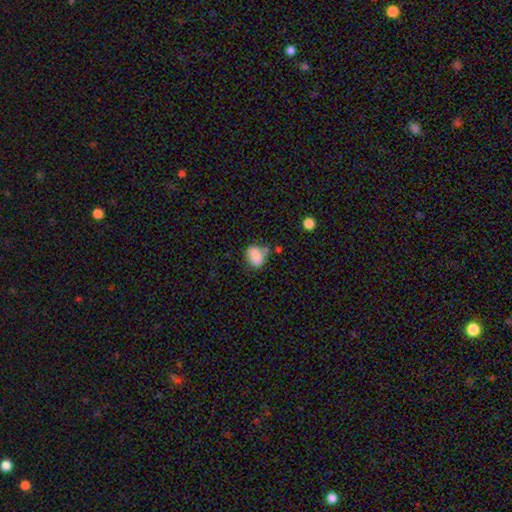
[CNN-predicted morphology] smooth 82%, star or artifact 9%, featured or disk 9%. Down the decision tree: how rounded — in between (71%); merging — none (48%).